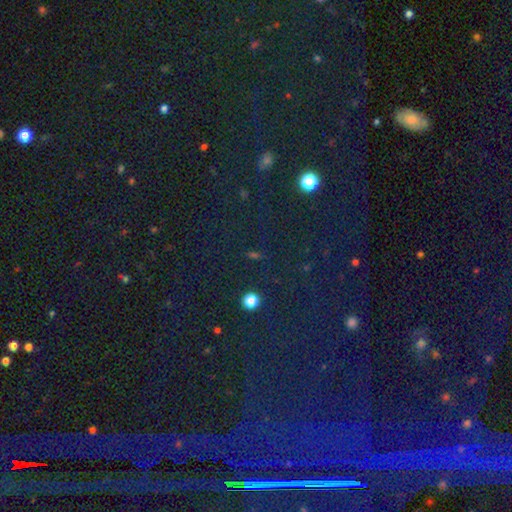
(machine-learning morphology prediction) Smooth or featured?
  - star or artifact: 72% *
  - smooth: 20%
  - featured or disk: 8%